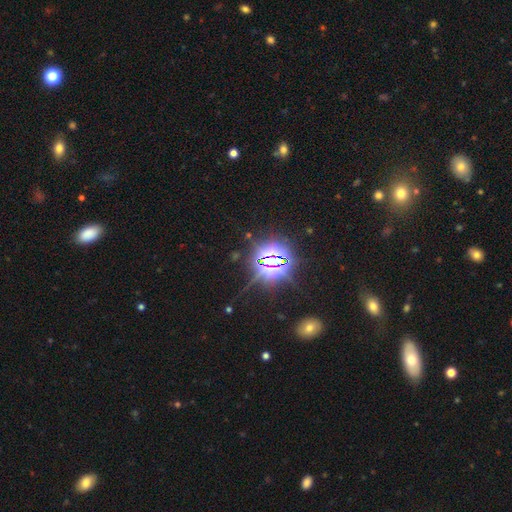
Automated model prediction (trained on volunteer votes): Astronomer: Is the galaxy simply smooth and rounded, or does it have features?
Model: star or artifact — 78%.